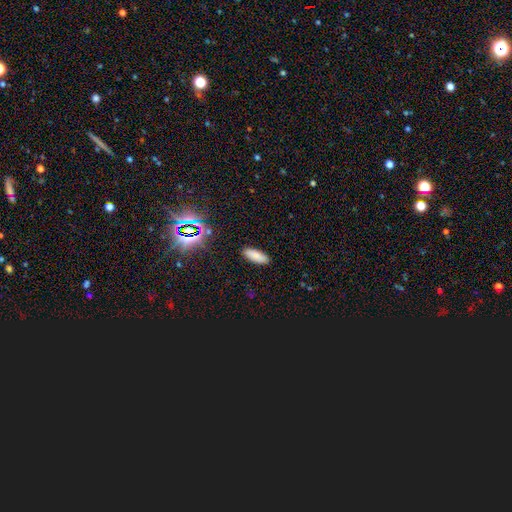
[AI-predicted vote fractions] The model was most divided on "how rounded": in between: 66%, cigar-shaped: 32%, round: 2%. More confident: merging — none (89%); smooth or featured — smooth (84%).